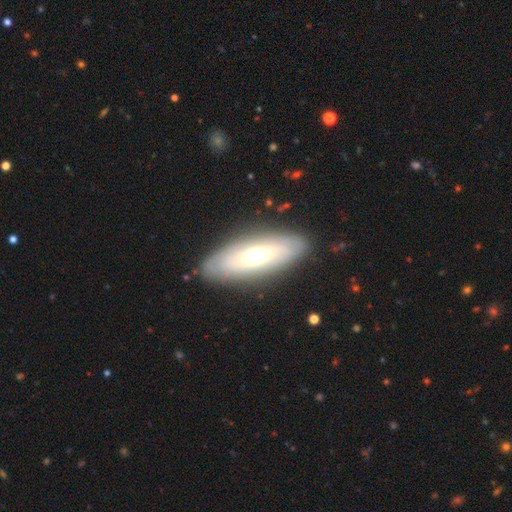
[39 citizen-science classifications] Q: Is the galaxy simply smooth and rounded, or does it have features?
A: featured or disk — 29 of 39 (74%).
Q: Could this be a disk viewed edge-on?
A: no — 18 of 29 (62%).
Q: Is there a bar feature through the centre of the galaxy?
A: no — 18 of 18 (100%).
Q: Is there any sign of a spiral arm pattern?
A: no — 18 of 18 (100%).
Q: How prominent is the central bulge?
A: moderate — 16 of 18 (89%).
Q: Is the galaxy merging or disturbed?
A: none — 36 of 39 (92%).